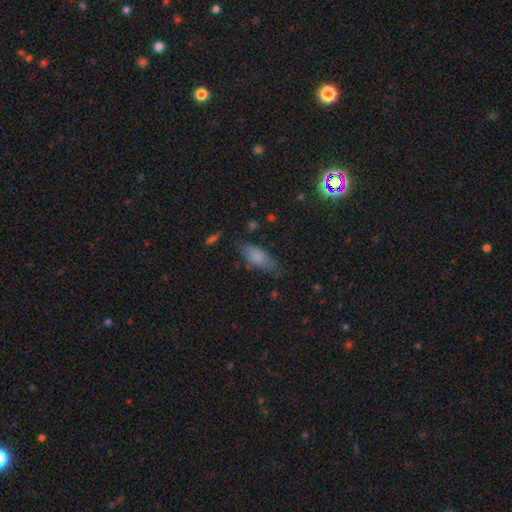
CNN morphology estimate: smooth 75%, featured or disk 14%, star or artifact 11%. Down the decision tree: how rounded — in between (73%); merging — none (64%).